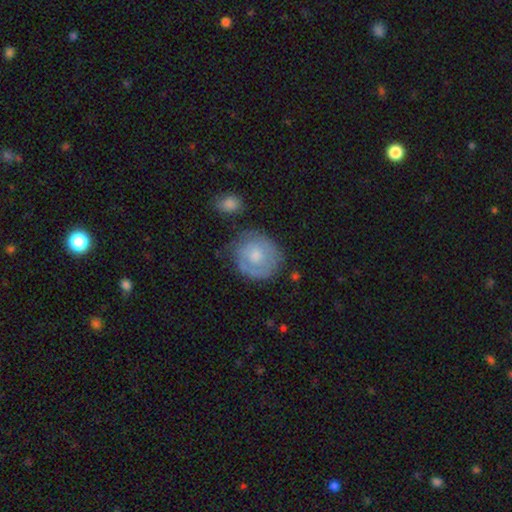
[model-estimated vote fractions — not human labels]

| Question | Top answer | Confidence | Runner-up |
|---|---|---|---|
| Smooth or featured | smooth | 48% | featured or disk (46%) |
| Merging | none | 66% | minor disturbance (21%) |